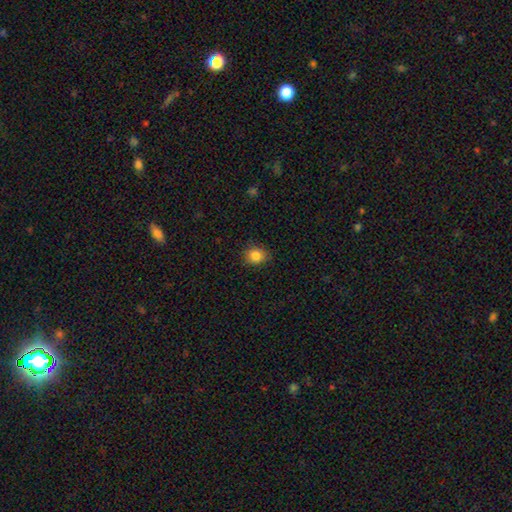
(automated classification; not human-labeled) A smooth galaxy with no disk features (85%) that is round (63%). Merging: none (84%).